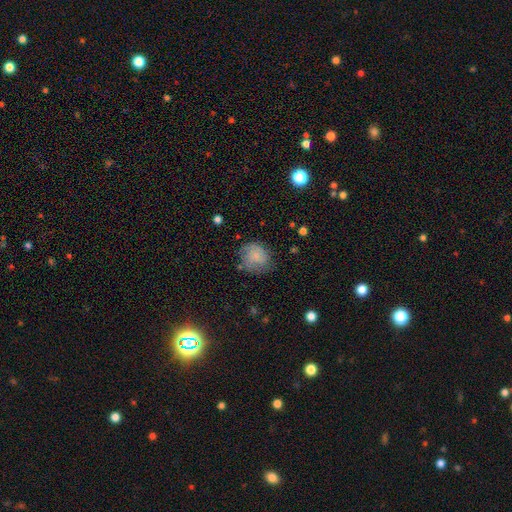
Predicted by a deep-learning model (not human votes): smooth 64%, featured or disk 26%, star or artifact 9%. Down the decision tree: how rounded — round (76%); merging — none (62%).